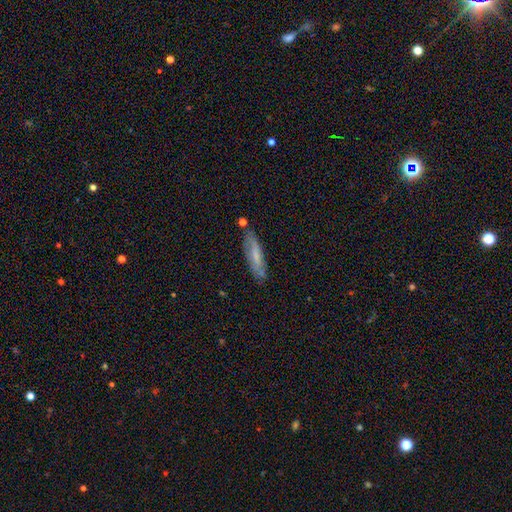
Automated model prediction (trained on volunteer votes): Smooth or featured? Predicted: smooth (p=0.57). How rounded? Predicted: cigar-shaped (p=0.76). Merging? Predicted: none (p=0.75).